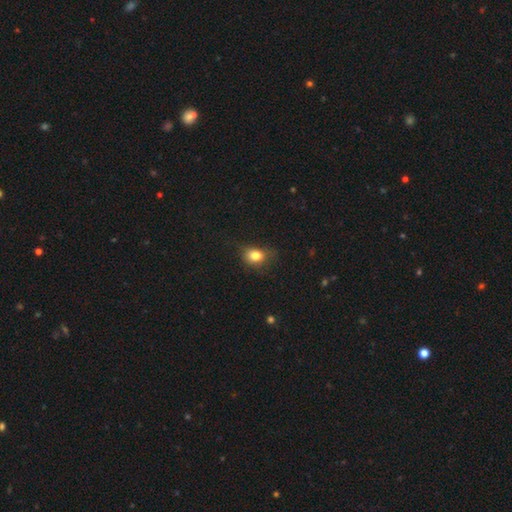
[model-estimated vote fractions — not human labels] Q: Smooth or featured?
A: smooth (80%); runner-up: star or artifact (12%)
Q: How rounded?
A: in between (54%); runner-up: round (44%)
Q: Merging?
A: none (61%); runner-up: minor disturbance (28%)